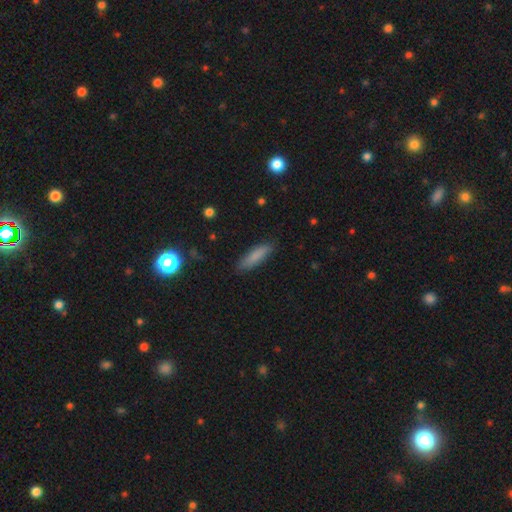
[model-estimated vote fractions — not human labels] The model was most divided on "how rounded": cigar-shaped: 64%, in between: 34%, round: 2%. More confident: merging — none (85%); smooth or featured — smooth (83%).